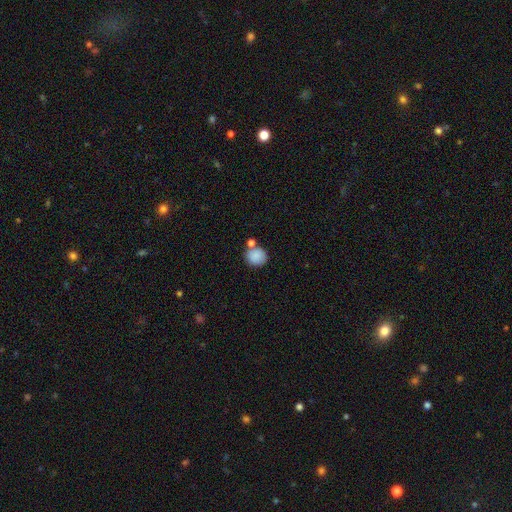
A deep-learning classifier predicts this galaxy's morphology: A smooth galaxy with no disk features (86%) that is round (82%).

Vote fractions:
- Smooth or featured? smooth: 86% / star or artifact: 9% / featured or disk: 6%
- How rounded? round: 82% / in between: 17% / cigar-shaped: 1%
- Merging? none: 62% / merger: 22% / minor disturbance: 12% / major disturbance: 4%